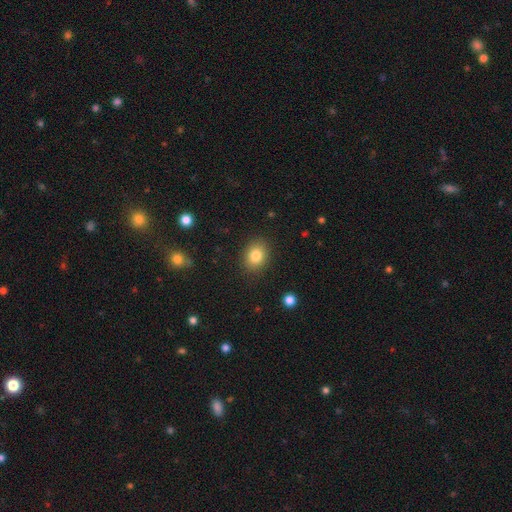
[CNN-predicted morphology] Q: Smooth or featured?
A: smooth (83%); runner-up: star or artifact (10%)
Q: How rounded?
A: in between (54%); runner-up: round (45%)
Q: Merging?
A: none (87%); runner-up: minor disturbance (9%)